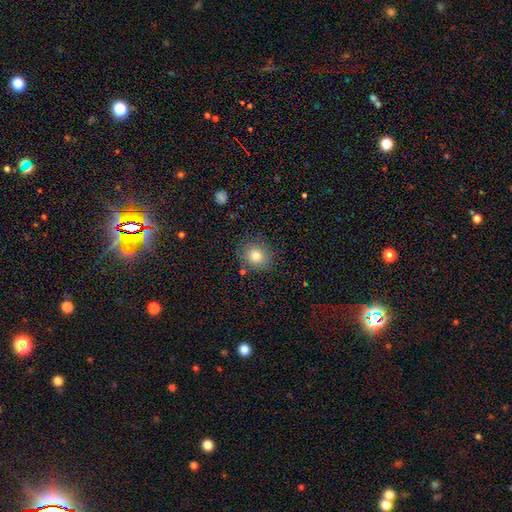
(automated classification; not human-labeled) smooth_or_featured: smooth (p=0.79) [alt: star or artifact p=0.11]
how_rounded: round (p=0.77) [alt: in between p=0.22]
merging: none (p=0.81) [alt: minor disturbance p=0.12]